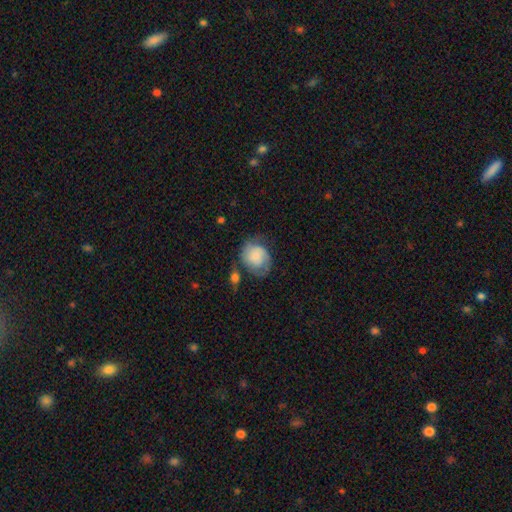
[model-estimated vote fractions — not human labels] This is possibly a smooth galaxy (52%). How rounded: possibly round (52%). Merging: possibly none (46%).